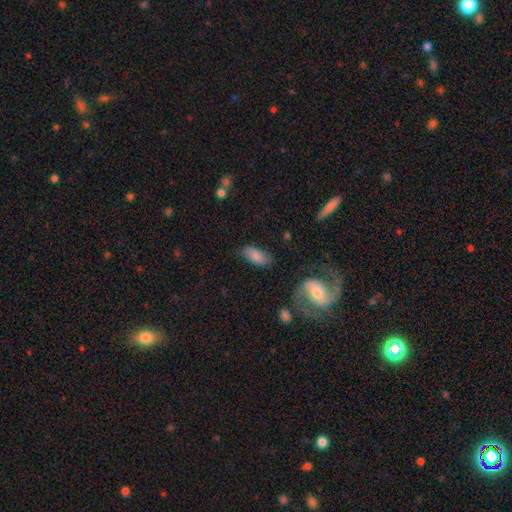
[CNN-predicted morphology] smooth_or_featured: smooth (p=0.81) [alt: featured or disk p=0.12]
how_rounded: in between (p=0.90) [alt: cigar-shaped p=0.08]
merging: none (p=0.78) [alt: minor disturbance p=0.16]